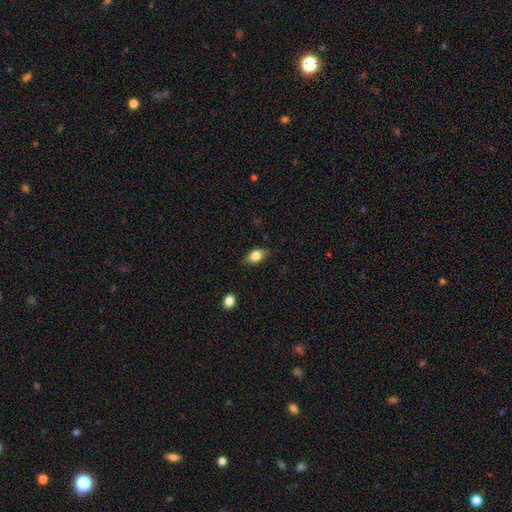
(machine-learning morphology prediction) The model was most divided on "merging": none: 74%, minor disturbance: 20%, major disturbance: 4%, merger: 1%. More confident: how rounded — in between (81%); smooth or featured — smooth (77%).